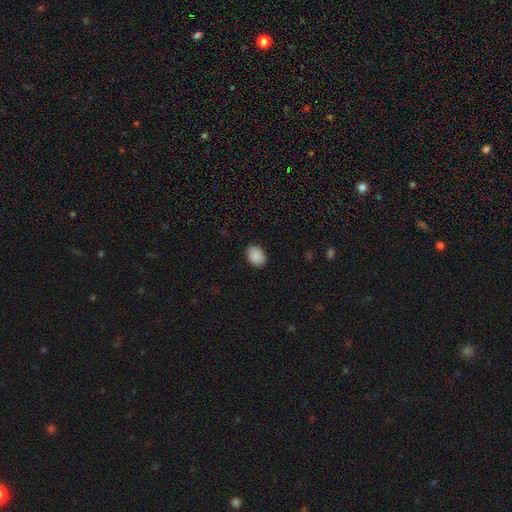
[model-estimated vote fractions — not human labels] Overall: smooth (90%). How rounded: in between (74%). Merging: none (87%).